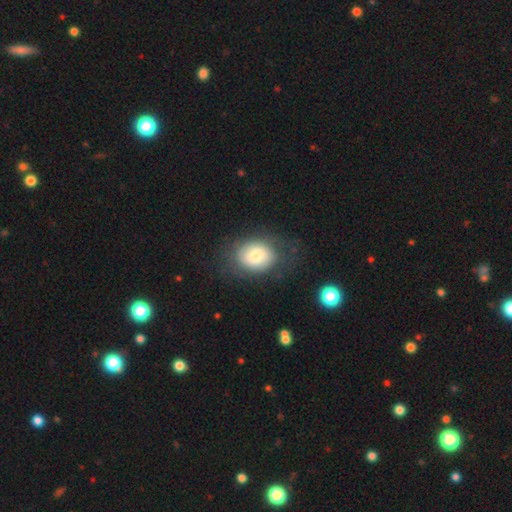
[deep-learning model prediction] smooth_or_featured: smooth (p=0.73) [alt: featured or disk p=0.19]
how_rounded: in between (p=0.55) [alt: round p=0.44]
merging: none (p=0.68) [alt: minor disturbance p=0.18]